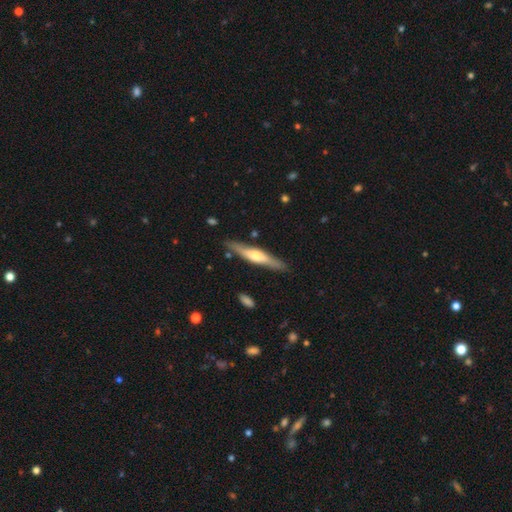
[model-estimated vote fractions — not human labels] A featured or disk galaxy (59%) viewed edge-on (93%) with a rounded central bulge (85%).

Vote fractions:
- Smooth or featured? featured or disk: 59% / smooth: 36% / star or artifact: 5%
- Edge-on disk? yes: 93% / no: 7%
- Edge-on bulge? rounded: 85% / boxy: 8% / none: 7%
- Merging? none: 86% / minor disturbance: 10% / merger: 2% / major disturbance: 2%